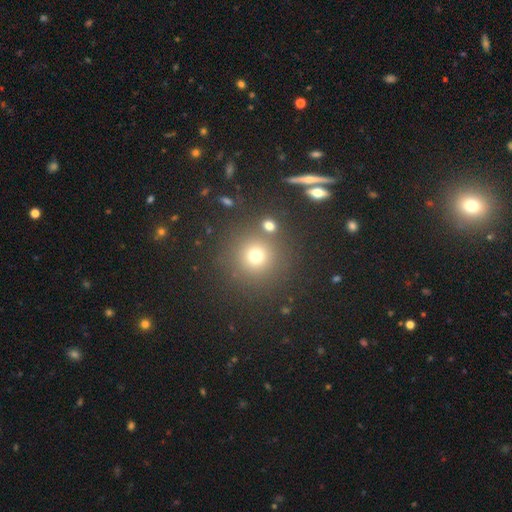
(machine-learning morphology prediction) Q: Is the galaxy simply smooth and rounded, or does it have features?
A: smooth — 72%.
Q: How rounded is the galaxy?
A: round — 93%.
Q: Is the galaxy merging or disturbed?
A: none — 80%.